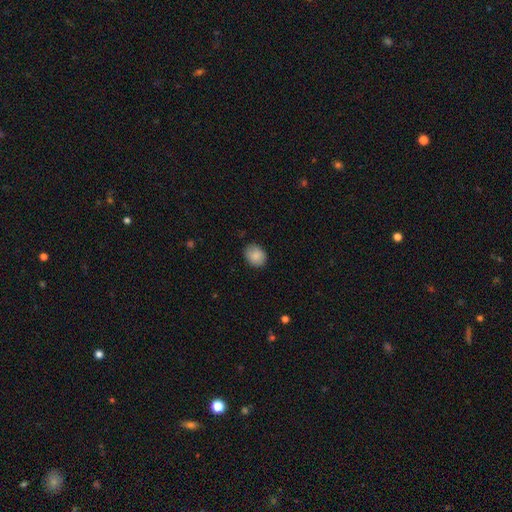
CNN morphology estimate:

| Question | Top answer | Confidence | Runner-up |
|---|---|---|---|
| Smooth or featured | smooth | 86% | star or artifact (8%) |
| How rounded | round | 52% | in between (47%) |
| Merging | none | 83% | minor disturbance (14%) |